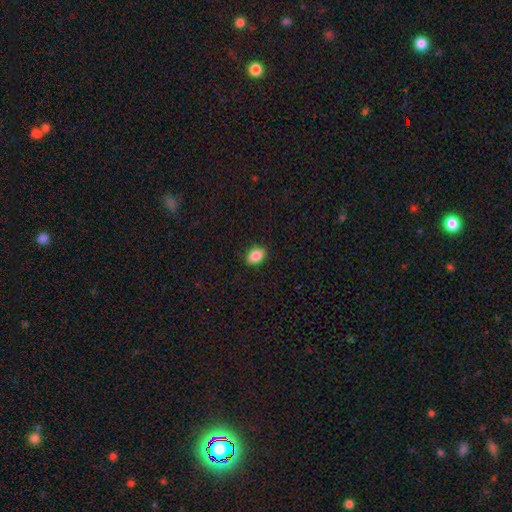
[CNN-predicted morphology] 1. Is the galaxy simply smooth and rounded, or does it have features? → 86% smooth, 8% star or artifact, 5% featured or disk.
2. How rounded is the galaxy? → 79% in between, 20% round, 1% cigar-shaped.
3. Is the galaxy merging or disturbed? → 87% none, 10% minor disturbance, 2% major disturbance, 1% merger.